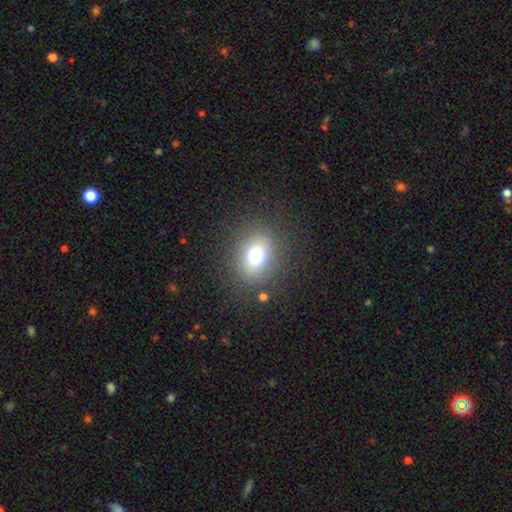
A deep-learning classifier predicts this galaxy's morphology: Q: Smooth or featured?
A: smooth (72%); runner-up: star or artifact (15%)
Q: How rounded?
A: round (60%); runner-up: in between (39%)
Q: Merging?
A: none (84%); runner-up: minor disturbance (9%)